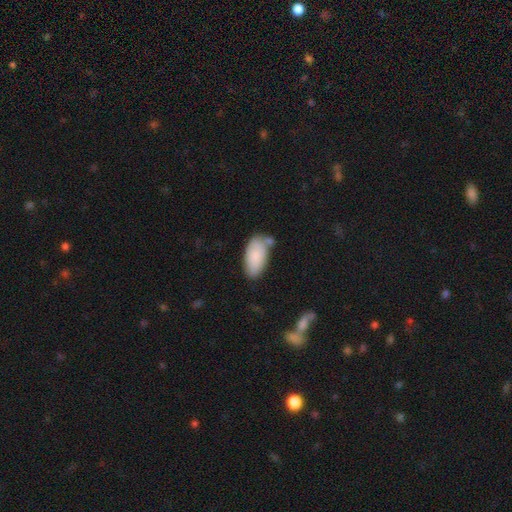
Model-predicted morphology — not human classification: A smooth galaxy with no disk features (85%) that is in between round and cigar-shaped (94%).

Vote fractions:
- Smooth or featured? smooth: 85% / featured or disk: 9% / star or artifact: 6%
- How rounded? in between: 94% / cigar-shaped: 4% / round: 2%
- Merging? none: 61% / minor disturbance: 20% / merger: 14% / major disturbance: 5%